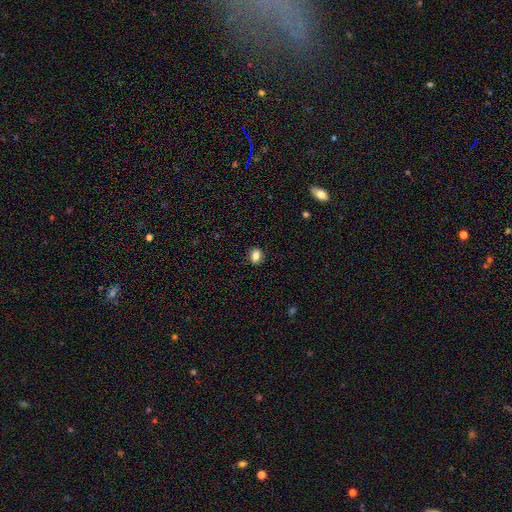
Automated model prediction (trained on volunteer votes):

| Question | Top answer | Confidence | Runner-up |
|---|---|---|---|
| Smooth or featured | smooth | 84% | star or artifact (10%) |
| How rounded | in between | 58% | round (40%) |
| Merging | none | 88% | minor disturbance (9%) |